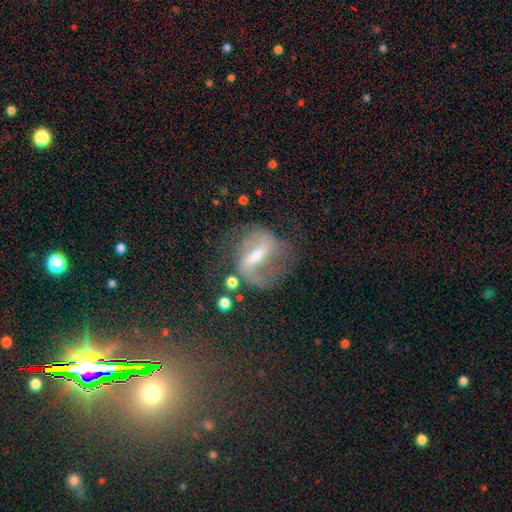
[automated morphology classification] A featured or disk galaxy (77%) with a strong bar (53%), 2 (78%) loose (43%) spiral arms (83%) and a moderate central bulge (44%).

Vote fractions:
- Smooth or featured? featured or disk: 77% / smooth: 14% / star or artifact: 9%
- Edge-on disk? no: 94% / yes: 6%
- Bar? strong: 53% / weak: 37% / no: 10%
- Spiral arms? yes: 83% / no: 17%
- Spiral winding? loose: 43% / medium: 42% / tight: 15%
- Spiral arm count? 2: 78% / can't tell: 9% / 1: 9% / 3: 1% / 4: 1% / more than 4: 1%
- Bulge size? moderate: 44% / small: 41% / none: 8% / large: 6% / dominant: 1%
- Merging? none: 53% / major disturbance: 23% / minor disturbance: 20% / merger: 5%